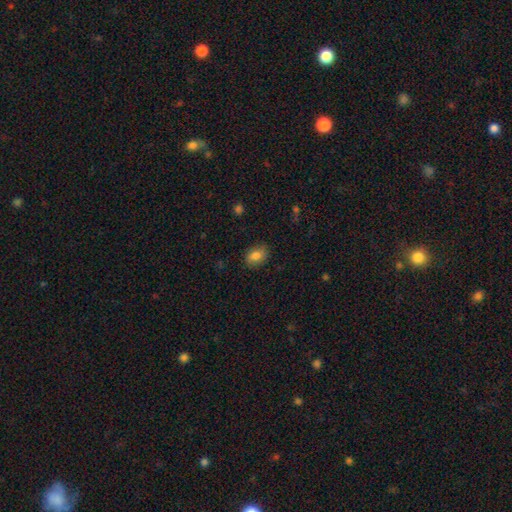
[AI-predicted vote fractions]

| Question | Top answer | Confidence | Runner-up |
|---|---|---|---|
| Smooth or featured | smooth | 83% | featured or disk (9%) |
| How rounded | in between | 80% | round (19%) |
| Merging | none | 86% | minor disturbance (11%) |